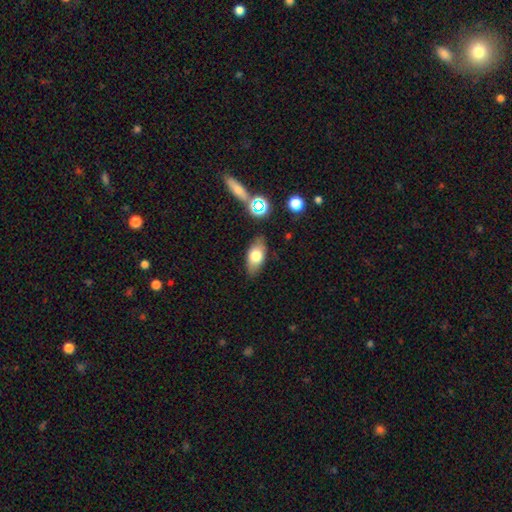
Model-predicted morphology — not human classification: Overall: smooth (71%). How rounded: in between (88%). Merging: none (81%).